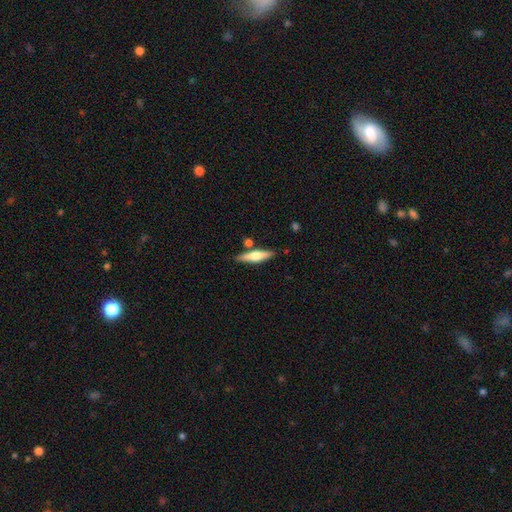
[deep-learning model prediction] Smooth or featured? featured or disk (49%)
Merging? none (80%)